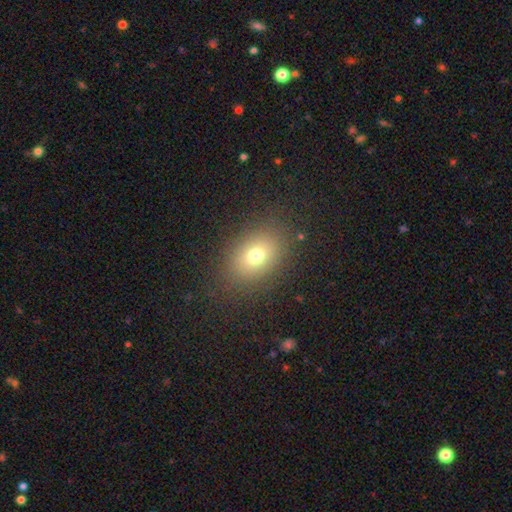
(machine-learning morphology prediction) The model was most divided on "how rounded": in between: 67%, round: 32%, cigar-shaped: 1%. More confident: merging — none (84%); smooth or featured — smooth (72%).